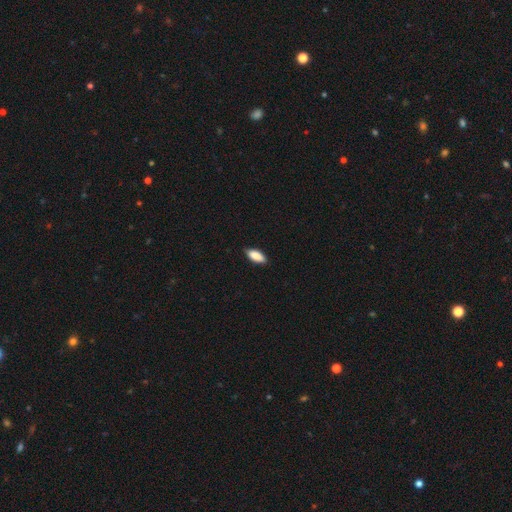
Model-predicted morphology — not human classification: smooth_or_featured: smooth (p=0.87) [alt: featured or disk p=0.07]
how_rounded: in between (p=0.84) [alt: cigar-shaped p=0.14]
merging: none (p=0.86) [alt: minor disturbance p=0.11]